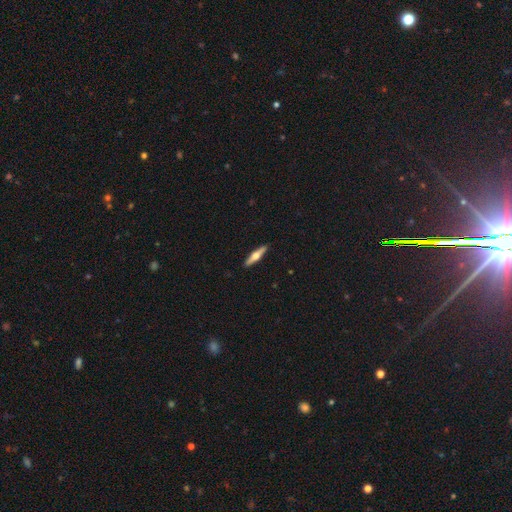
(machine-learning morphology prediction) This is likely a featured or disk galaxy (62%). It is clearly viewed edge-on (96%). Edge-on bulge: clearly rounded (94%). Merging: clearly none (91%).